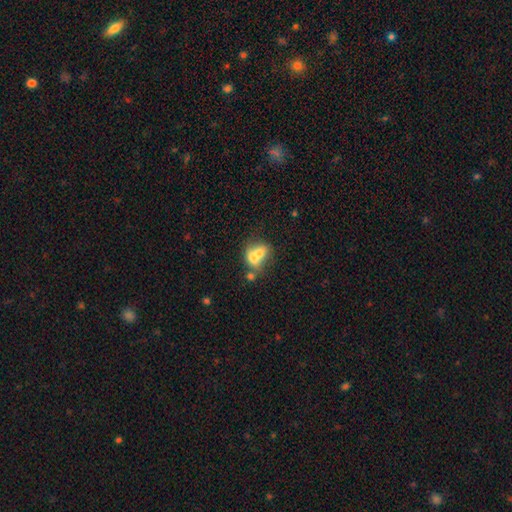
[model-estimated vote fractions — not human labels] smooth_or_featured: smooth (p=0.66) [alt: featured or disk p=0.25]
how_rounded: in between (p=0.57) [alt: round p=0.41]
merging: merger (p=0.66) [alt: none p=0.21]